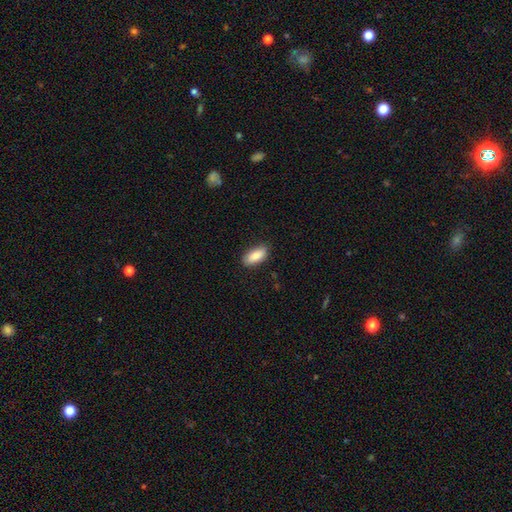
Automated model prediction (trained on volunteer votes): smooth 86%, featured or disk 7%, star or artifact 6%. Down the decision tree: how rounded — in between (88%); merging — none (86%).